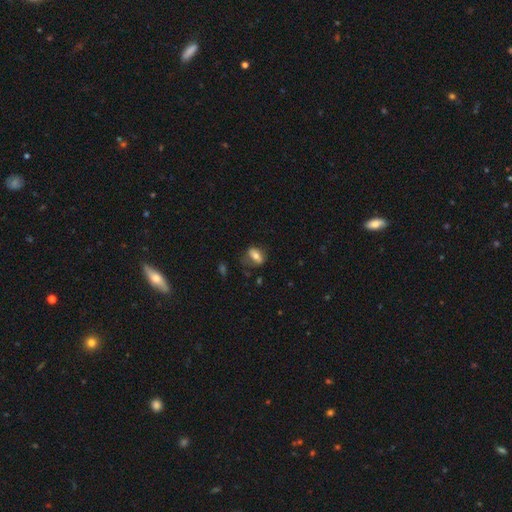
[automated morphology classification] A smooth galaxy with no disk features (60%) that is in between round and cigar-shaped (77%). Merging: none (63%).